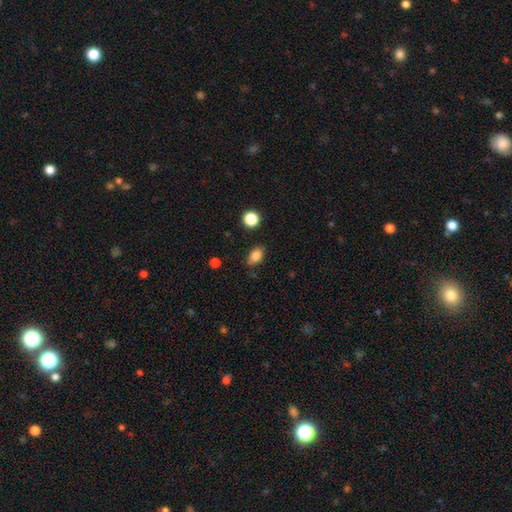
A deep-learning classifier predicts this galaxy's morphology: This is clearly a smooth galaxy (84%). How rounded: clearly in between (82%). Merging: clearly none (80%).